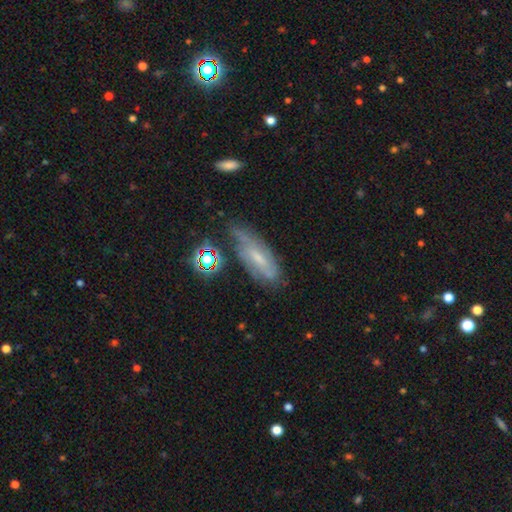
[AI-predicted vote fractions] Smooth or featured? featured or disk (58%)
Edge-on disk? no (79%)
Merging? none (62%)